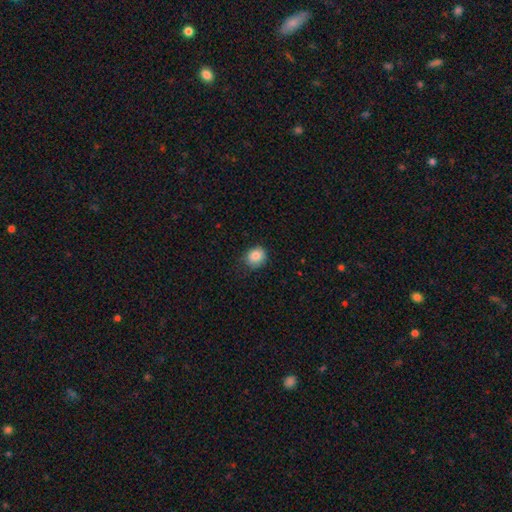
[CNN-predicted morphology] Smooth or featured? smooth (85%)
How rounded? round (70%)
Merging? none (75%)